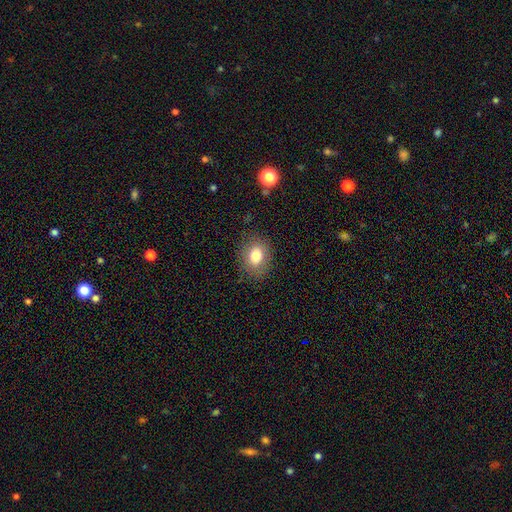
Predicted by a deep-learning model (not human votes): smooth-or-featured: smooth: 80% | featured or disk: 11% | star or artifact: 10%
  how-rounded: in between: 59% | round: 40% | cigar-shaped: 1%
  merging: none: 82% | minor disturbance: 13% | major disturbance: 4% | merger: 1%